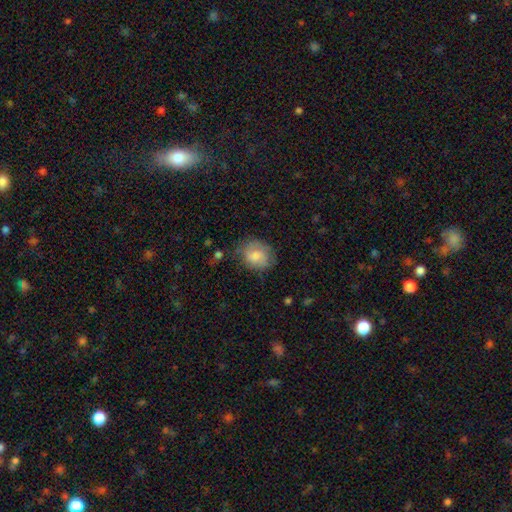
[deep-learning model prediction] smooth 72%, featured or disk 20%, star or artifact 8%. Down the decision tree: how rounded — round (57%); merging — none (60%).